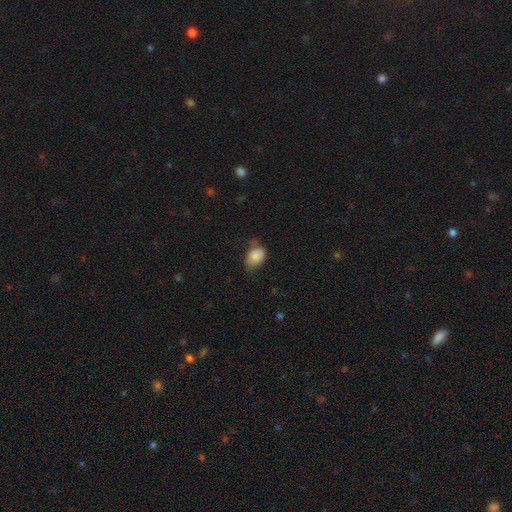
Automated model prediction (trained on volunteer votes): Smooth or featured?
  - smooth: 84% *
  - featured or disk: 8%
  - star or artifact: 8%
How rounded?
  - in between: 77% *
  - round: 21%
  - cigar-shaped: 1%
Merging?
  - none: 48% *
  - minor disturbance: 38%
  - major disturbance: 12%
  - merger: 2%